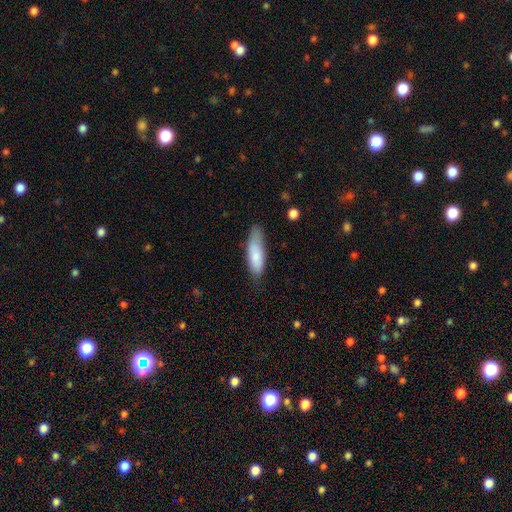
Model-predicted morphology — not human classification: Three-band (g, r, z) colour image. It shows a smooth galaxy with no disk features (81%) that is in between round and cigar-shaped (49%, tied with cigar-shaped). Merging: none (65%).